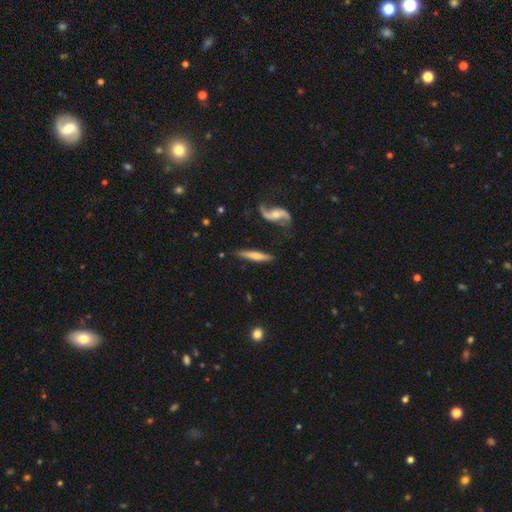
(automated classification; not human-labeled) Smooth or featured? Predicted: featured or disk (p=0.50). Edge-on disk? Predicted: yes (p=0.79). Merging? Predicted: none (p=0.78).